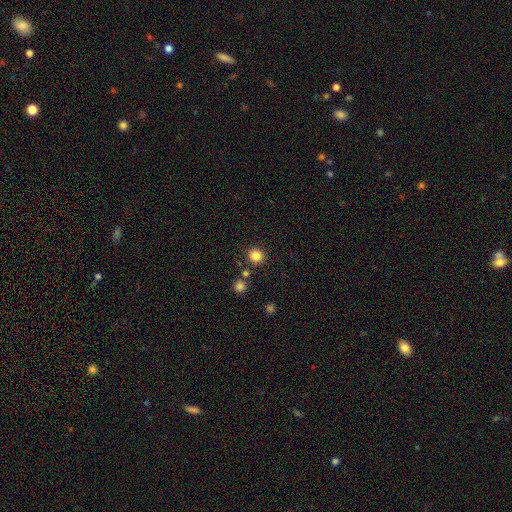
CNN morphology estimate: Smooth or featured: smooth — 84% (star or artifact — 12%)
How rounded: round — 90% (in between — 9%)
Merging: none — 86% (minor disturbance — 6%)